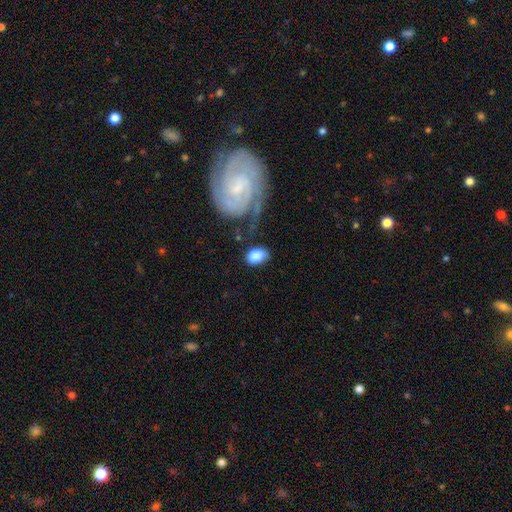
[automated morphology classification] This is clearly a smooth galaxy (81%). How rounded: likely in between (78%). Merging: possibly none (48%).